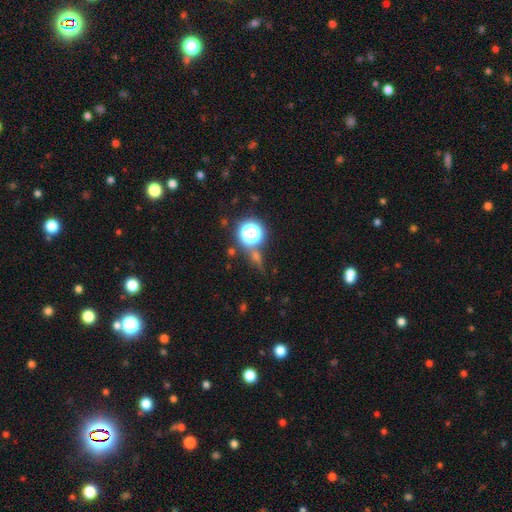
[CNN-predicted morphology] A star or artifact, not a galaxy (53%).